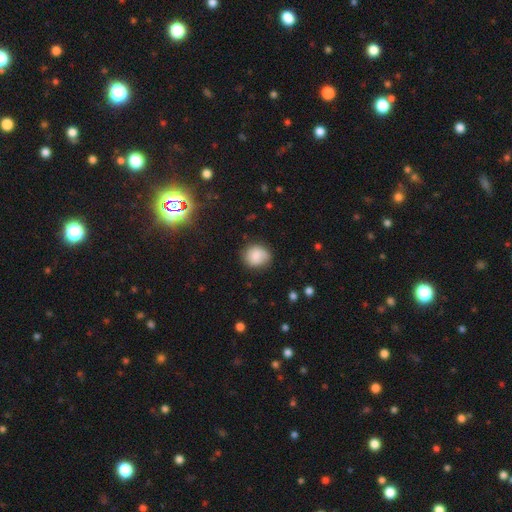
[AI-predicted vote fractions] A smooth galaxy with no disk features (76%) that is round (75%). Merging: none (73%).